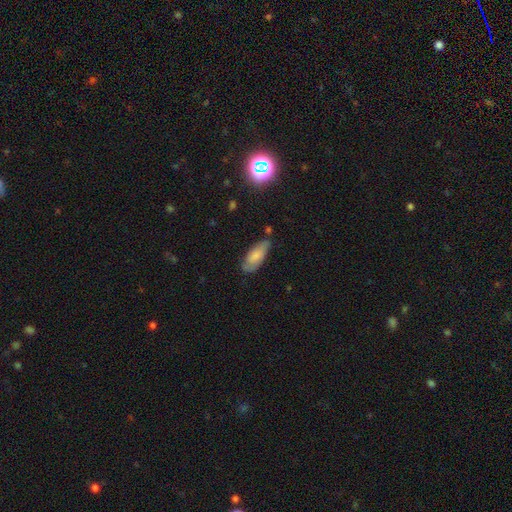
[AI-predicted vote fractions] This appears to be a smooth galaxy with no disk features (75%) that is in between round and cigar-shaped (78%). Merging: none (67%).